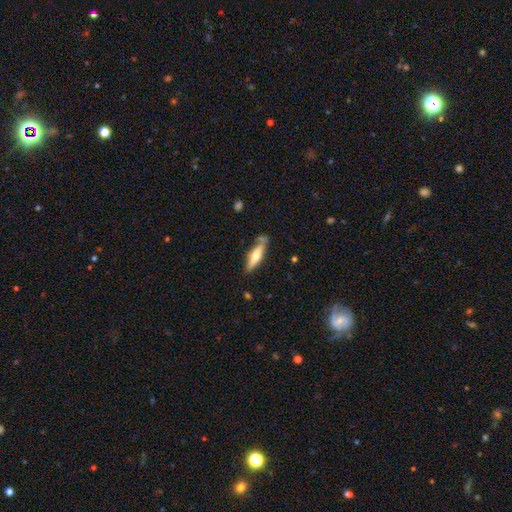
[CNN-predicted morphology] A smooth galaxy with no disk features (60%) that is cigar-shaped (65%).

Vote fractions:
- Smooth or featured? smooth: 60% / featured or disk: 34% / star or artifact: 5%
- How rounded? cigar-shaped: 65% / in between: 34% / round: 2%
- Merging? none: 68% / minor disturbance: 21% / merger: 6% / major disturbance: 5%